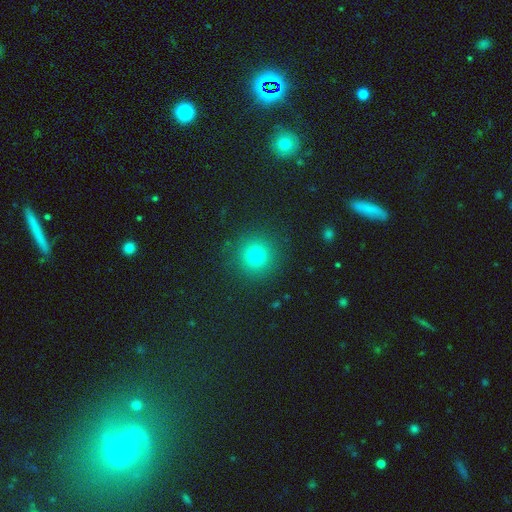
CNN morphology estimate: This appears to be a smooth galaxy with no disk features (76%) that is round (94%). Merging: none (90%).